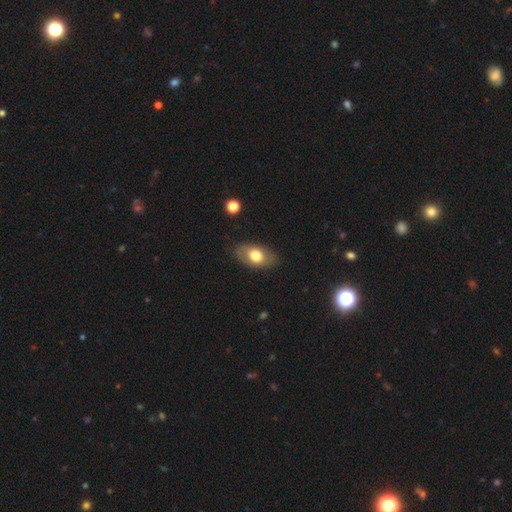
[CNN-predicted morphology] smooth 68%, featured or disk 26%, star or artifact 7%. Down the decision tree: how rounded — in between (89%); merging — none (83%).